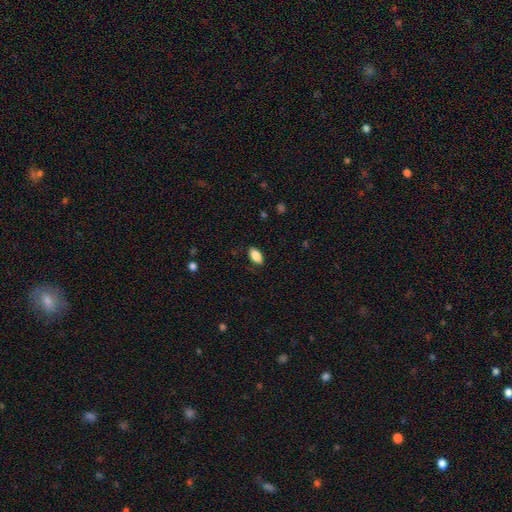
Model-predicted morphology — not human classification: smooth-or-featured: smooth: 87% | star or artifact: 7% | featured or disk: 6%
  how-rounded: in between: 92% | cigar-shaped: 4% | round: 4%
  merging: none: 85% | minor disturbance: 11% | major disturbance: 3% | merger: 1%